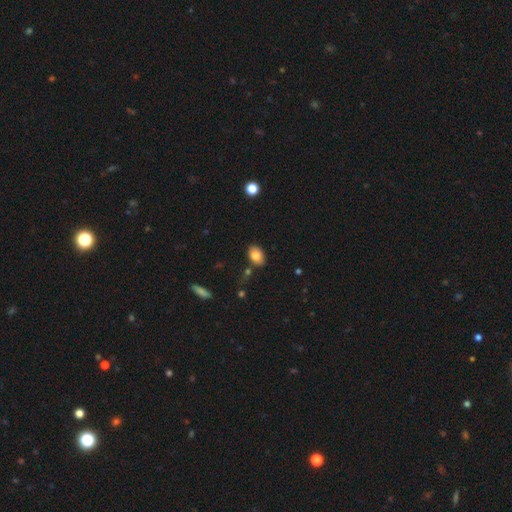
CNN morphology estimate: Smooth or featured?
  - smooth: 81% *
  - featured or disk: 11%
  - star or artifact: 8%
How rounded?
  - in between: 86% *
  - round: 13%
  - cigar-shaped: 1%
Merging?
  - none: 79% *
  - minor disturbance: 13%
  - merger: 5%
  - major disturbance: 3%